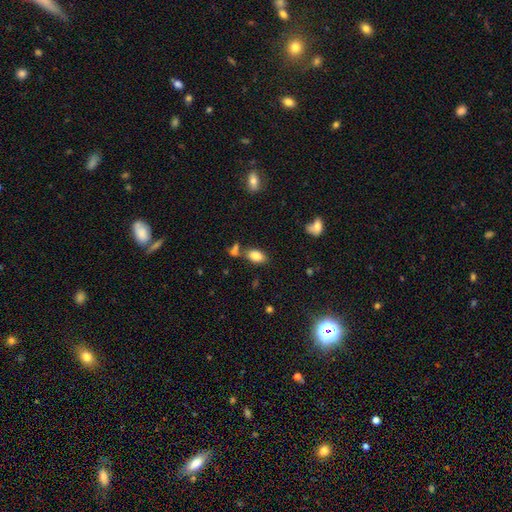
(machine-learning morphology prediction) A smooth galaxy with no disk features (83%) that is in between round and cigar-shaped (91%).

Vote fractions:
- Smooth or featured? smooth: 83% / star or artifact: 9% / featured or disk: 8%
- How rounded? in between: 91% / round: 7% / cigar-shaped: 2%
- Merging? none: 68% / merger: 15% / minor disturbance: 13% / major disturbance: 4%